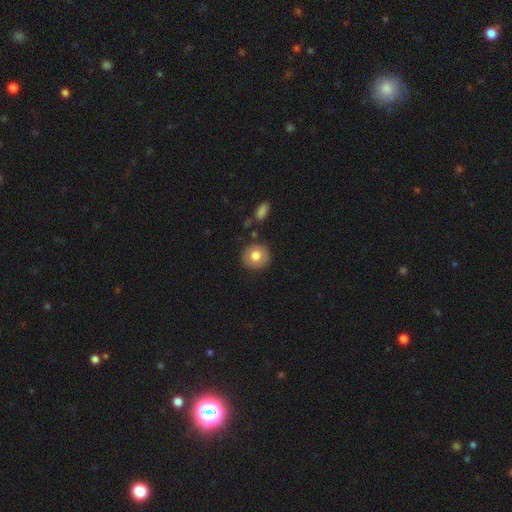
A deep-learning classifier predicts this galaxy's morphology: The model was most divided on "smooth or featured": smooth: 77%, featured or disk: 15%, star or artifact: 8%. More confident: how rounded — round (88%); merging — none (86%).